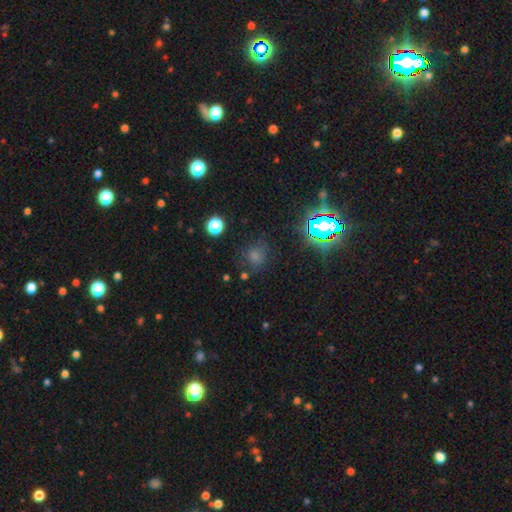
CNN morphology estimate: type=smooth (63%); roundness=round (79%); merging=none (70%).